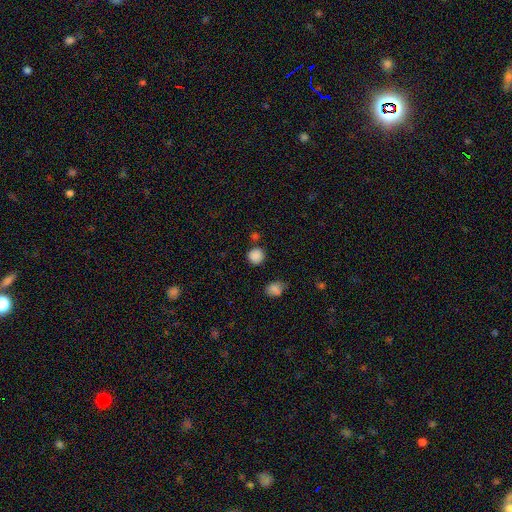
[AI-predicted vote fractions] This is clearly a smooth galaxy (85%). How rounded: clearly round (91%). Merging: clearly none (81%).